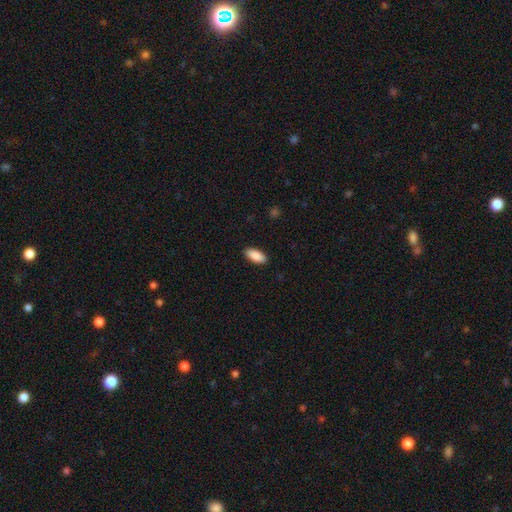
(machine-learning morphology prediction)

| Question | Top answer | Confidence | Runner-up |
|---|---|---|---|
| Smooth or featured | smooth | 90% | star or artifact (6%) |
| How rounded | in between | 88% | cigar-shaped (10%) |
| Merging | none | 90% | minor disturbance (7%) |